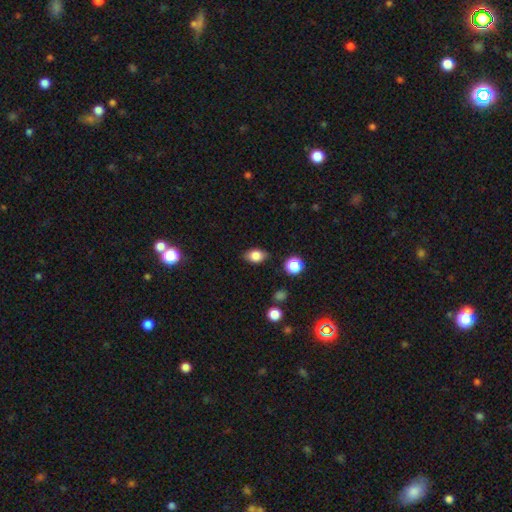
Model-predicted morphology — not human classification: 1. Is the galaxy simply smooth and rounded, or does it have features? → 82% smooth, 10% star or artifact, 9% featured or disk.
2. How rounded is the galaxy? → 77% in between, 21% round, 2% cigar-shaped.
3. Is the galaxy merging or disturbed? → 81% none, 14% minor disturbance, 3% major disturbance, 2% merger.